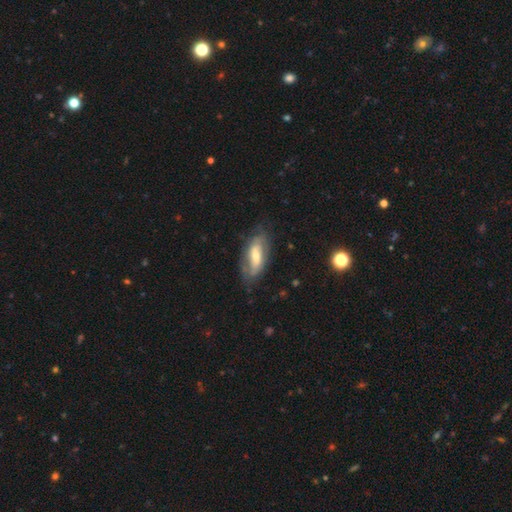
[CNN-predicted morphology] Smooth or featured: featured or disk — 63% (smooth — 30%)
Edge-on disk: no — 85% (yes — 15%)
Bar: weak — 38% (strong — 34%)
Spiral arms: yes — 72% (no — 28%)
Bulge size: moderate — 52% (small — 37%)
Merging: none — 69% (minor disturbance — 21%)